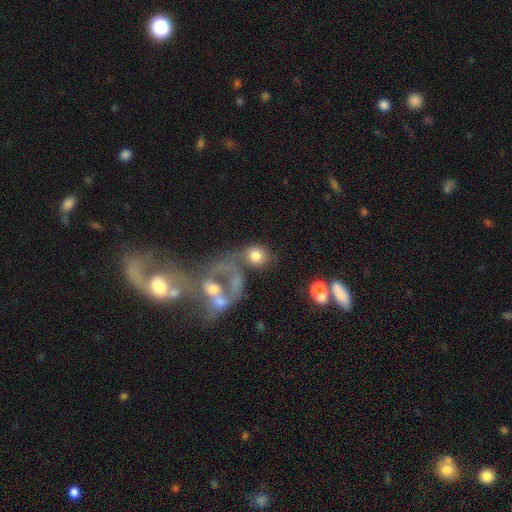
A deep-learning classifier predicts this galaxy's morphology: Q: Smooth or featured?
A: smooth (68%); runner-up: featured or disk (23%)
Q: How rounded?
A: round (71%); runner-up: in between (27%)
Q: Merging?
A: merger (38%); runner-up: none (34%)